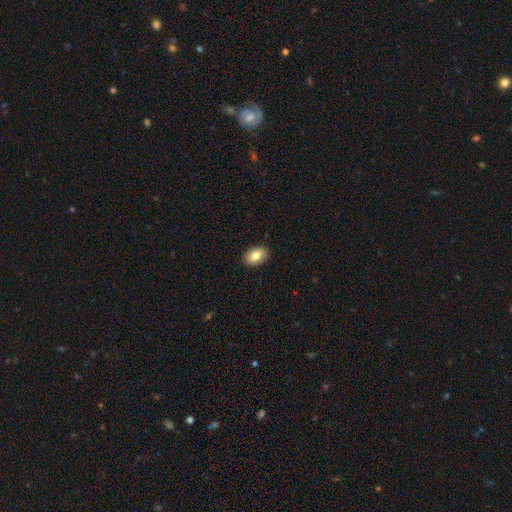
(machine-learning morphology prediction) Smooth or featured? smooth (80%)
How rounded? in between (87%)
Merging? none (90%)